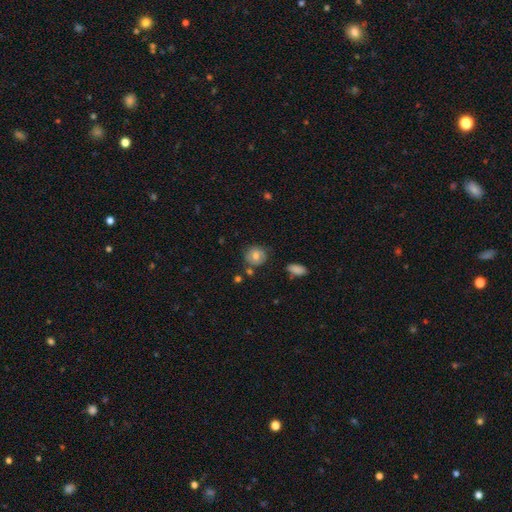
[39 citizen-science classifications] Overall: smooth (69%). How rounded: round (78%). Merging: none (83%).